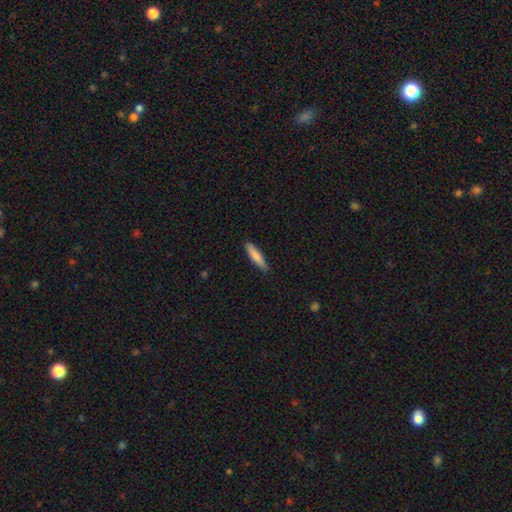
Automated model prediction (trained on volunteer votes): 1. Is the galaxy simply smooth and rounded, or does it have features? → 83% smooth, 12% featured or disk, 6% star or artifact.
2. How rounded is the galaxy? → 81% cigar-shaped, 17% in between, 1% round.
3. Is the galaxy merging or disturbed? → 85% none, 12% minor disturbance, 2% major disturbance, 1% merger.